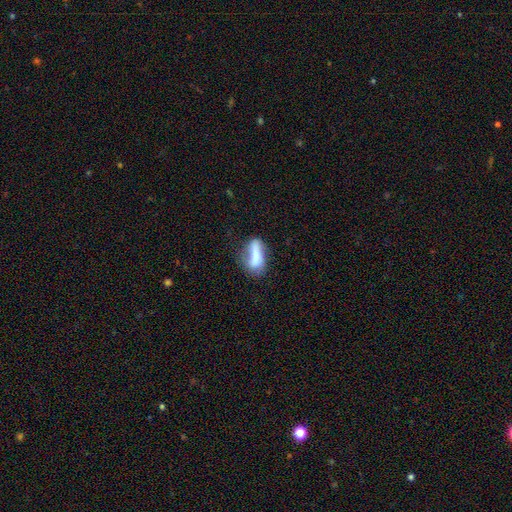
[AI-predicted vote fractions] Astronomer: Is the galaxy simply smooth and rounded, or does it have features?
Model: smooth — 67%.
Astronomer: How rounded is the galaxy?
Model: in between — 61%.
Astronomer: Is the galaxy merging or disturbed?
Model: none — 42% (runner-up: minor disturbance, 29%).